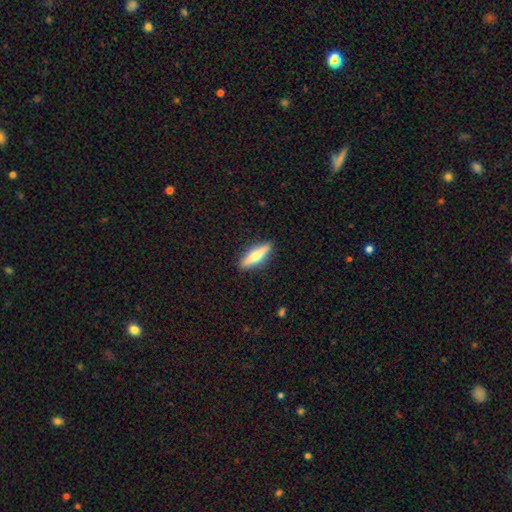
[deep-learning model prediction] Overall: featured or disk (52%; smooth 42%). Edge-on disk: yes (93%). Merging: none (90%).